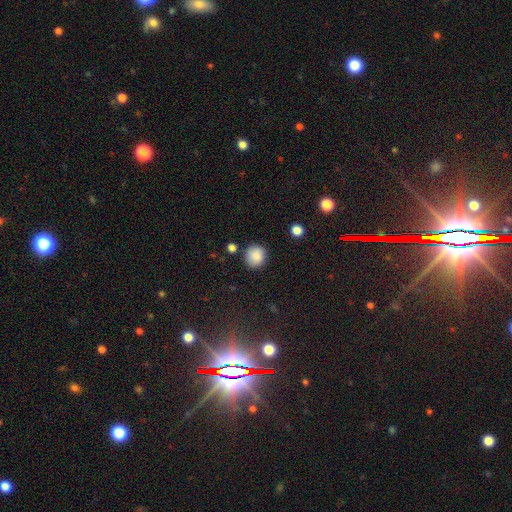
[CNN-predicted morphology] smooth 87%, star or artifact 9%, featured or disk 4%. Down the decision tree: how rounded — round (89%); merging — none (85%).